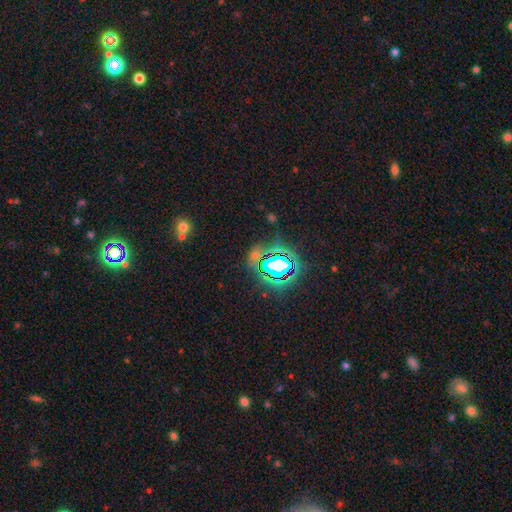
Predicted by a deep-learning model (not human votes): A star or artifact, not a galaxy (66%).